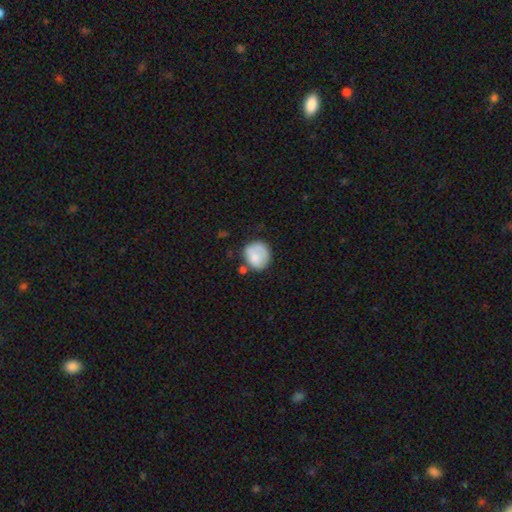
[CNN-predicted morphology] A smooth galaxy with no disk features (76%) that is round (80%). Merging: none (56%).